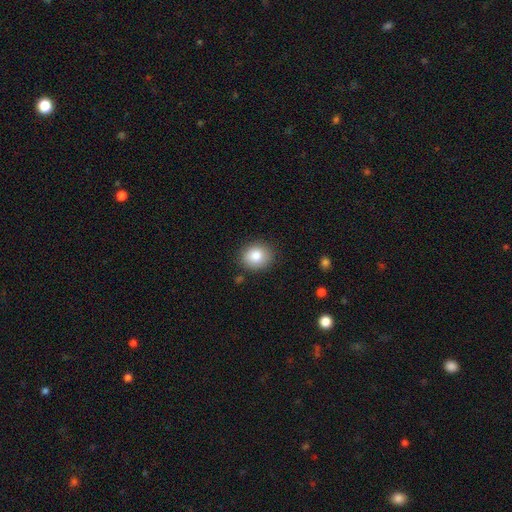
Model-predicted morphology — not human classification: smooth-or-featured: smooth: 84% | star or artifact: 9% | featured or disk: 8%
  how-rounded: round: 68% | in between: 31% | cigar-shaped: 1%
  merging: none: 86% | minor disturbance: 10% | major disturbance: 2% | merger: 2%